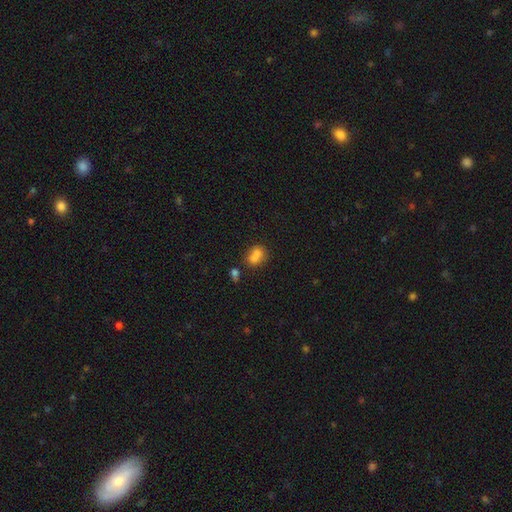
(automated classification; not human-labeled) Smooth or featured: smooth — 73% (featured or disk — 16%)
How rounded: round — 50% (in between — 48%)
Merging: merger — 55% (none — 31%)